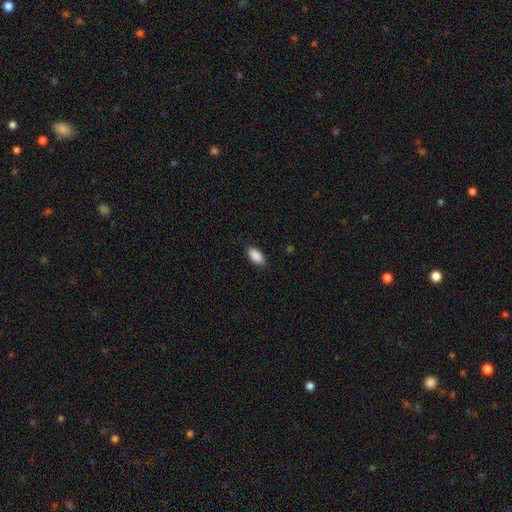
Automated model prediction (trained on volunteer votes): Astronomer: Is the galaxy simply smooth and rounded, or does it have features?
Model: smooth — 90%.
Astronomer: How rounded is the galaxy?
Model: in between — 92%.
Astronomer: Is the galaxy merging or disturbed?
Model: none — 86%.